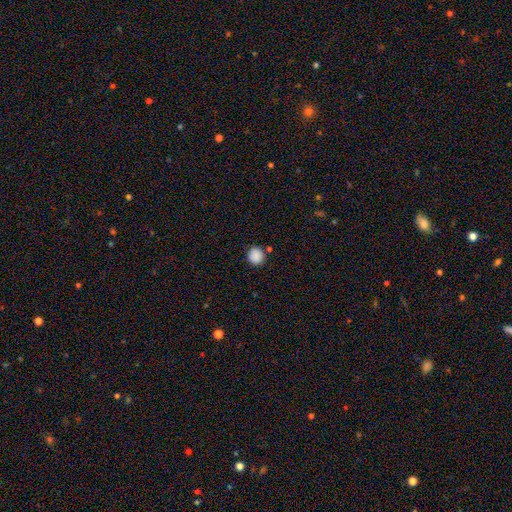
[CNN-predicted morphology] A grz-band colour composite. It shows a smooth galaxy with no disk features (88%) that is round (87%). Merging: none (86%).